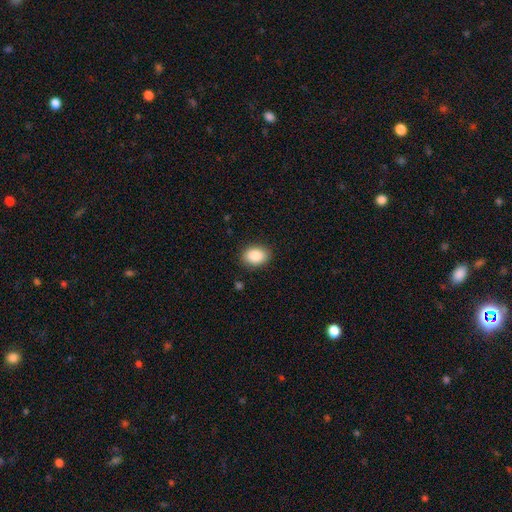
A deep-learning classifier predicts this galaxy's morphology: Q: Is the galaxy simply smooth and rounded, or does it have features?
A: smooth — 88%.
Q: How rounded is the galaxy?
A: in between — 73%.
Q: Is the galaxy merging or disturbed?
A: none — 87%.